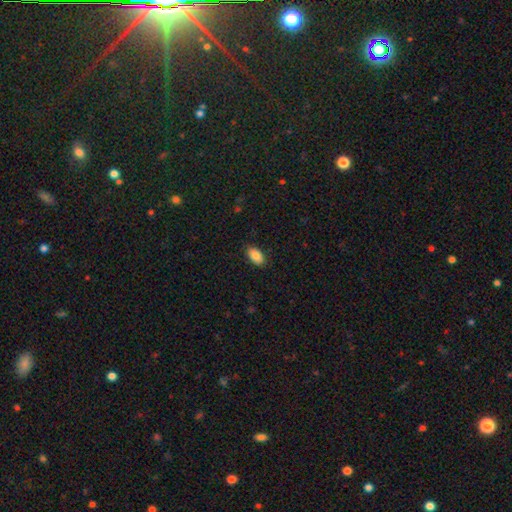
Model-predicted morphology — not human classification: This is clearly a smooth galaxy (87%). How rounded: clearly in between (94%). Merging: clearly none (87%).